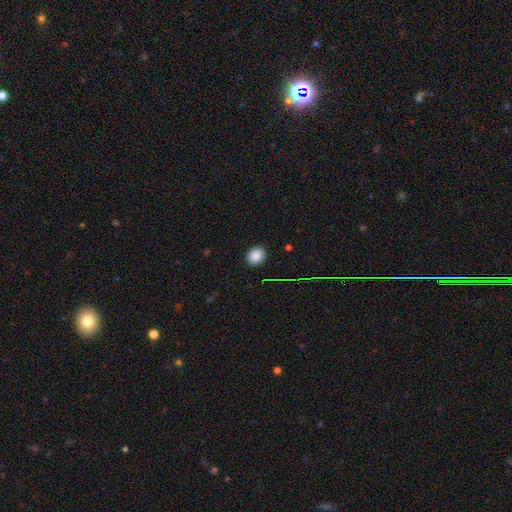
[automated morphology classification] The model was most divided on "how rounded": round: 77%, in between: 22%, cigar-shaped: 1%. More confident: merging — none (91%); smooth or featured — smooth (86%).